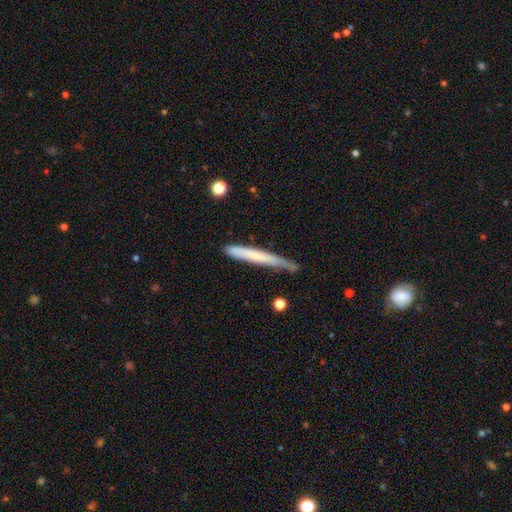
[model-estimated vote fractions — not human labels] smooth_or_featured: smooth (p=0.58) [alt: featured or disk p=0.36]
how_rounded: cigar-shaped (p=0.96) [alt: in between p=0.03]
merging: none (p=0.63) [alt: minor disturbance p=0.28]